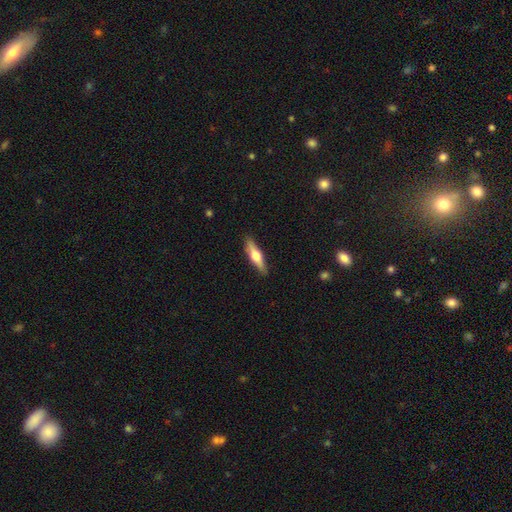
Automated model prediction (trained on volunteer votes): smooth_or_featured: featured or disk (p=0.51) [alt: smooth p=0.43]
disk_edge_on: yes (p=0.93) [alt: no p=0.07]
merging: none (p=0.89) [alt: minor disturbance p=0.08]